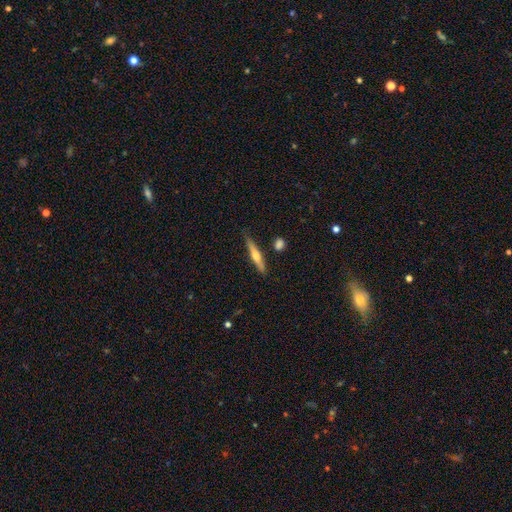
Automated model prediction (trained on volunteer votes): A featured or disk galaxy (56%) viewed edge-on (96%) with a rounded central bulge (86%). Merging: none (85%).